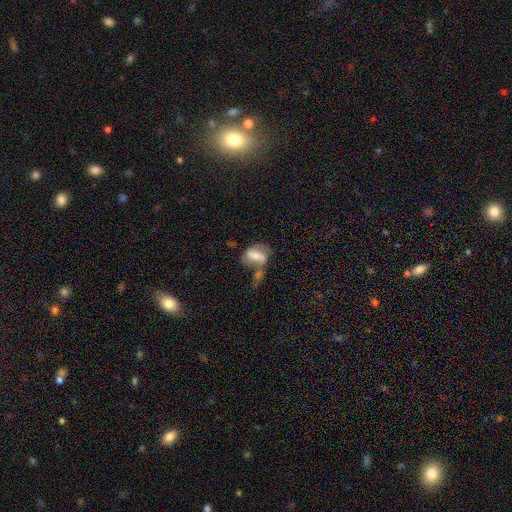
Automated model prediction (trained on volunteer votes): The model was most divided on "smooth or featured": smooth: 47%, featured or disk: 43%, star or artifact: 10%. Remaining: merging — merger (37%).